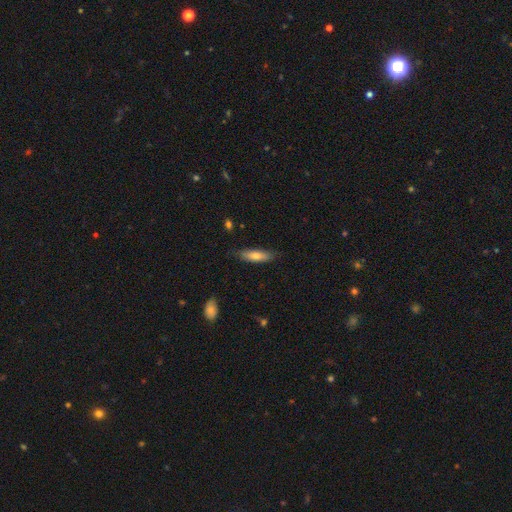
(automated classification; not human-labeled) Q: Smooth or featured?
A: smooth (72%); runner-up: featured or disk (22%)
Q: How rounded?
A: cigar-shaped (58%); runner-up: in between (41%)
Q: Merging?
A: none (80%); runner-up: minor disturbance (16%)